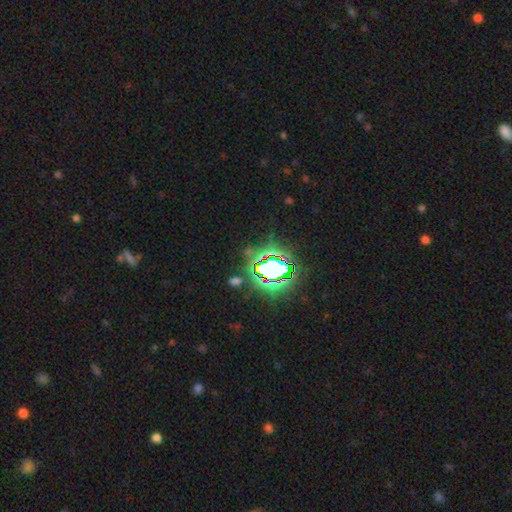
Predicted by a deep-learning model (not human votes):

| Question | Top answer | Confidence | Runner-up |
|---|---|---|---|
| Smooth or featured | star or artifact | 80% | smooth (12%) |